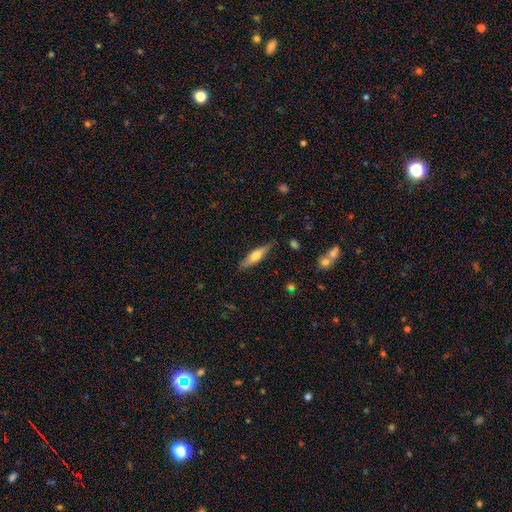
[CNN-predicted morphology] Q: Smooth or featured?
A: smooth (52%); runner-up: featured or disk (42%)
Q: How rounded?
A: cigar-shaped (65%); runner-up: in between (33%)
Q: Merging?
A: none (84%); runner-up: minor disturbance (12%)